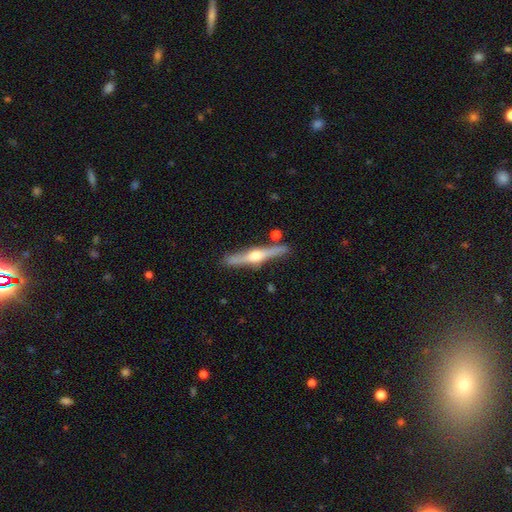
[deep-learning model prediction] This is likely a featured or disk galaxy (75%). It is clearly viewed edge-on (97%). Edge-on bulge: clearly rounded (95%). Merging: clearly none (84%).